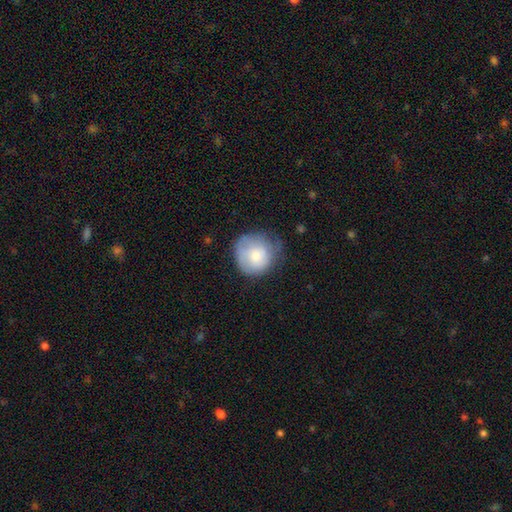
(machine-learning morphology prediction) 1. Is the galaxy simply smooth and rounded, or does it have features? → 71% smooth, 22% featured or disk, 8% star or artifact.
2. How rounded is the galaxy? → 88% round, 11% in between, 1% cigar-shaped.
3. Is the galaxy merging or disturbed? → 47% none, 35% minor disturbance, 15% major disturbance, 2% merger.